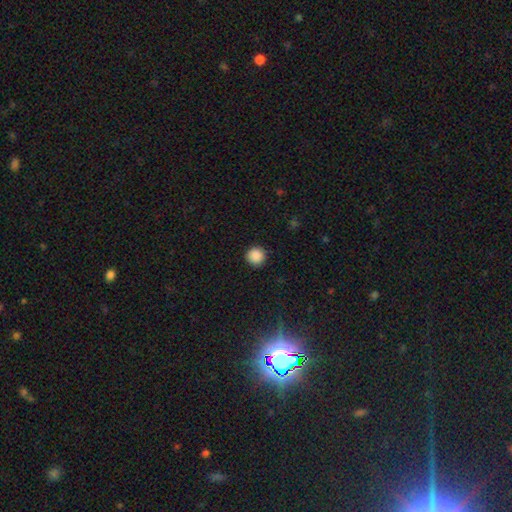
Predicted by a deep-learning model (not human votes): Overall: smooth (88%). How rounded: round (96%). Merging: none (92%).